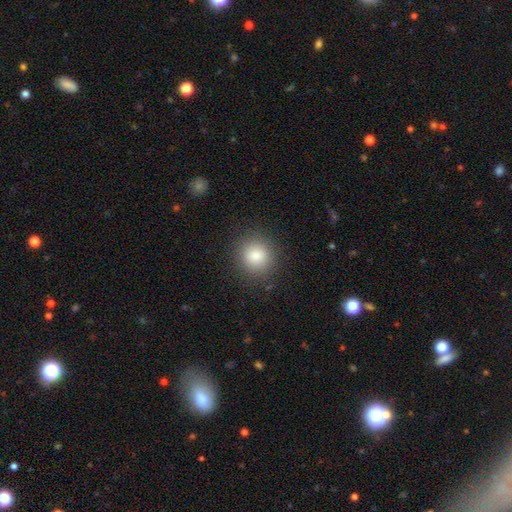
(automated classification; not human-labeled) A smooth galaxy with no disk features (84%) that is round (90%).

Vote fractions:
- Smooth or featured? smooth: 84% / star or artifact: 10% / featured or disk: 6%
- How rounded? round: 90% / in between: 9% / cigar-shaped: 1%
- Merging? none: 89% / minor disturbance: 7% / major disturbance: 3% / merger: 1%